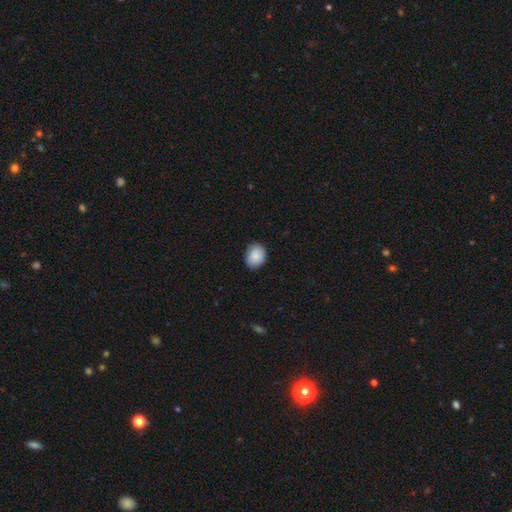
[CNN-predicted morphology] Overall: smooth (87%). How rounded: in between (51%; round 48%). Merging: none (81%).